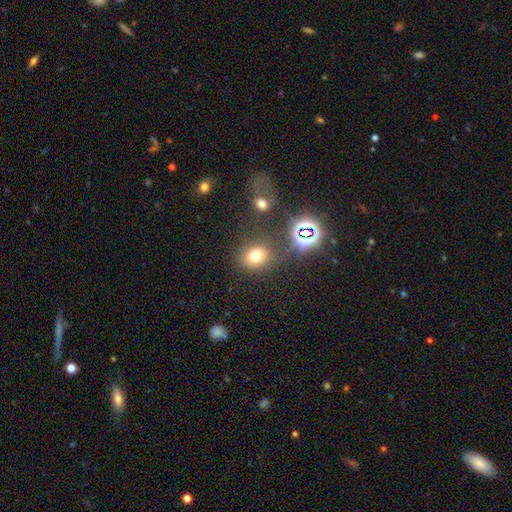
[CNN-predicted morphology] Smooth or featured? smooth (69%)
How rounded? round (57%)
Merging? none (75%)